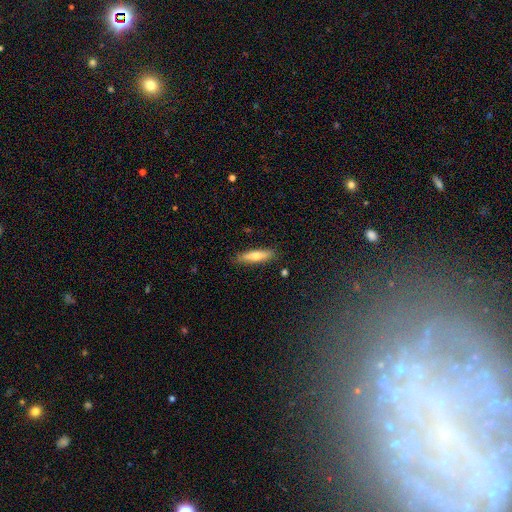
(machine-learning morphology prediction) smooth 65%, featured or disk 29%, star or artifact 6%. Down the decision tree: how rounded — cigar-shaped (75%); merging — none (86%).